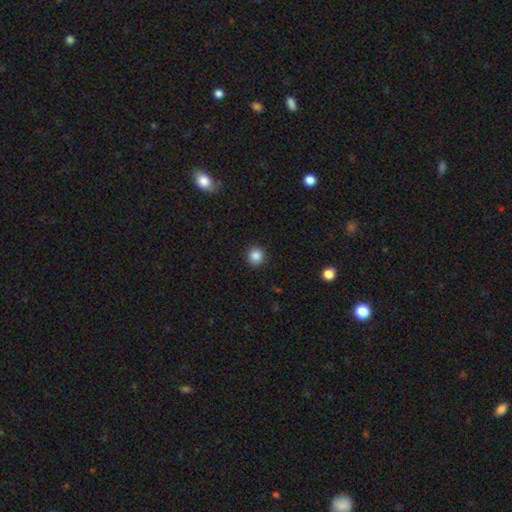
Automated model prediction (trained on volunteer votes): A smooth galaxy with no disk features (86%) that is round (92%). Merging: none (91%).